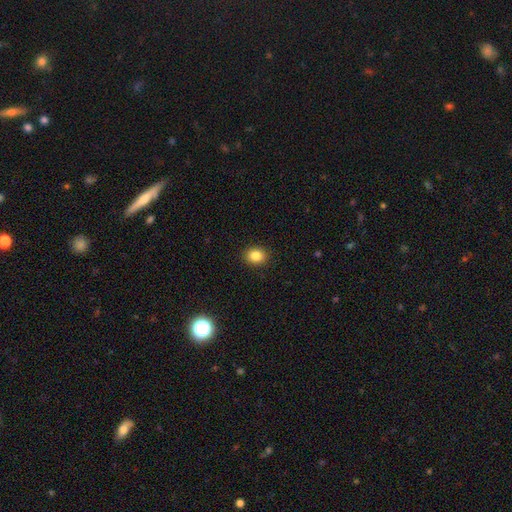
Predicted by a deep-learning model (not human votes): A smooth galaxy with no disk features (84%) that is round (61%).

Vote fractions:
- Smooth or featured? smooth: 84% / star or artifact: 11% / featured or disk: 5%
- How rounded? round: 61% / in between: 38% / cigar-shaped: 1%
- Merging? none: 90% / minor disturbance: 7% / major disturbance: 2% / merger: 1%